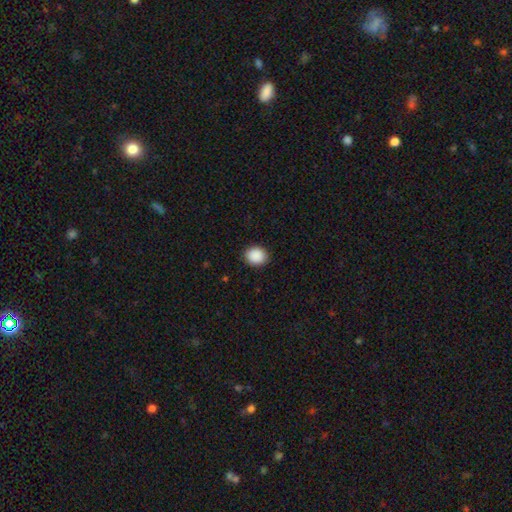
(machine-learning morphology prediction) A smooth galaxy with no disk features (90%) that is round (64%).

Vote fractions:
- Smooth or featured? smooth: 90% / star or artifact: 8% / featured or disk: 2%
- How rounded? round: 64% / in between: 35% / cigar-shaped: 1%
- Merging? none: 90% / minor disturbance: 7% / major disturbance: 2% / merger: 1%